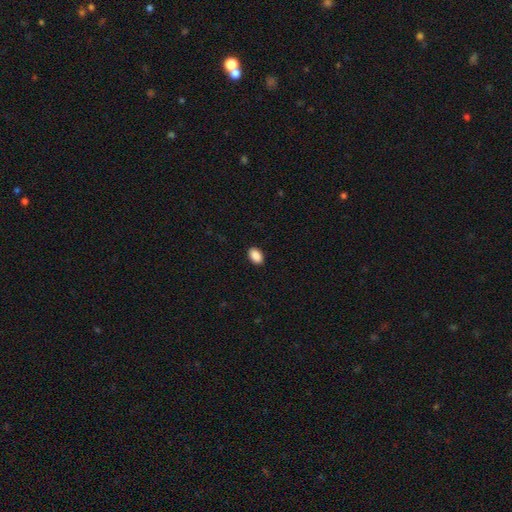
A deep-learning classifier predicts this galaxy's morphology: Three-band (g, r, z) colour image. It shows a smooth galaxy with no disk features (90%) that is in between round and cigar-shaped (92%). Merging: none (90%).